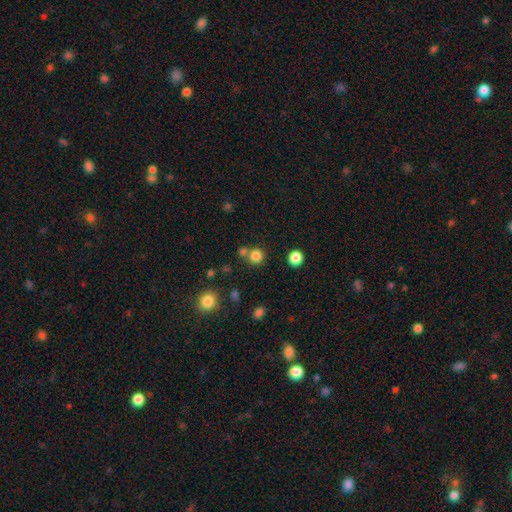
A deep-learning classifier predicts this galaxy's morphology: A smooth galaxy with no disk features (80%) that is round (92%). Merging: none (70%).